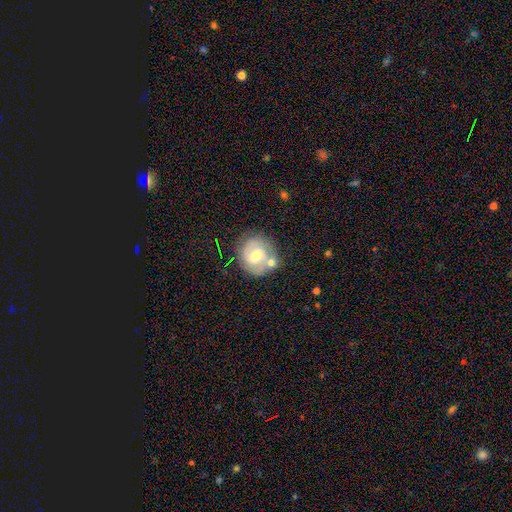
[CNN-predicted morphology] Smooth or featured: featured or disk — 56% (smooth — 37%)
Edge-on disk: no — 96% (yes — 4%)
Bar: weak — 52% (no — 32%)
Spiral arms: yes — 69% (no — 31%)
Bulge size: moderate — 68% (small — 25%)
Merging: none — 58% (merger — 19%)